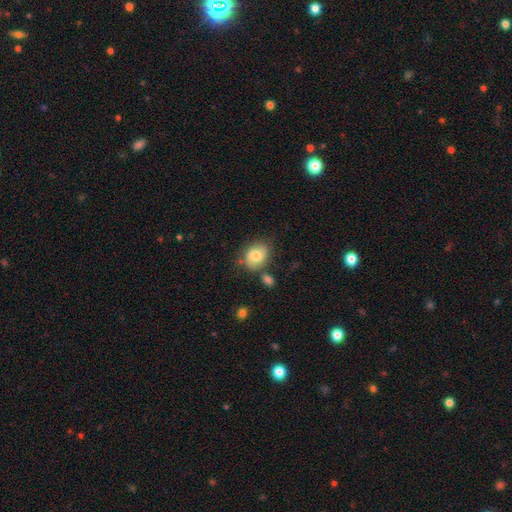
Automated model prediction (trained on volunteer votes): smooth 67%, featured or disk 25%, star or artifact 8%. Down the decision tree: how rounded — in between (58%); merging — none (63%).